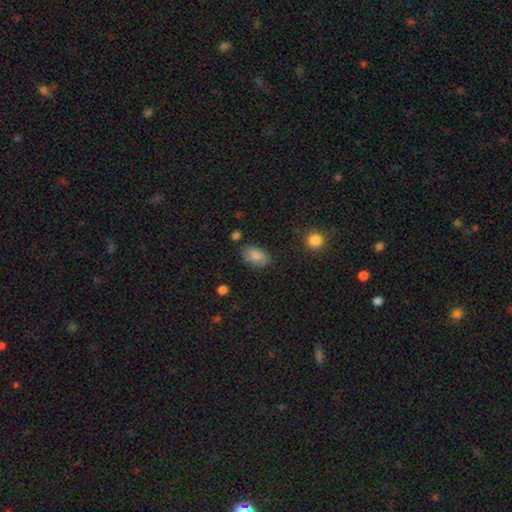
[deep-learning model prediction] A smooth galaxy with no disk features (86%) that is in between round and cigar-shaped (90%). Merging: none (78%).